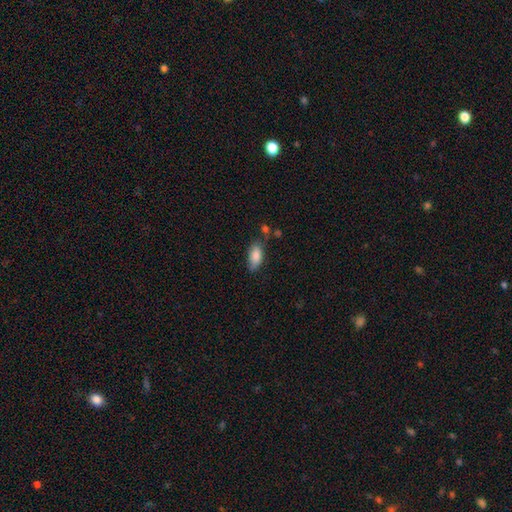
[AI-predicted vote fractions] smooth 85%, featured or disk 8%, star or artifact 7%. Down the decision tree: how rounded — in between (87%); merging — none (66%).